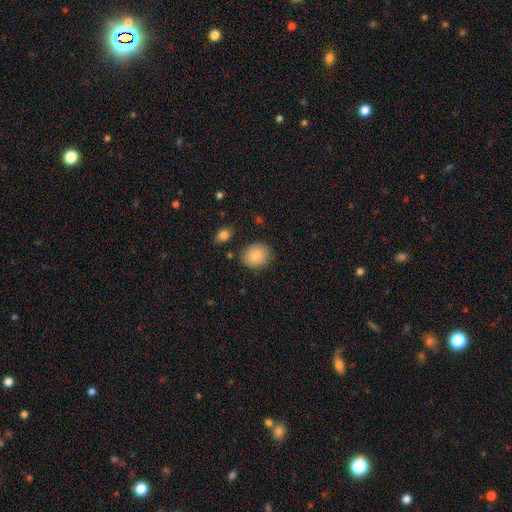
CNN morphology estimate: smooth 83%, featured or disk 10%, star or artifact 8%. Down the decision tree: how rounded — round (62%); merging — none (84%).